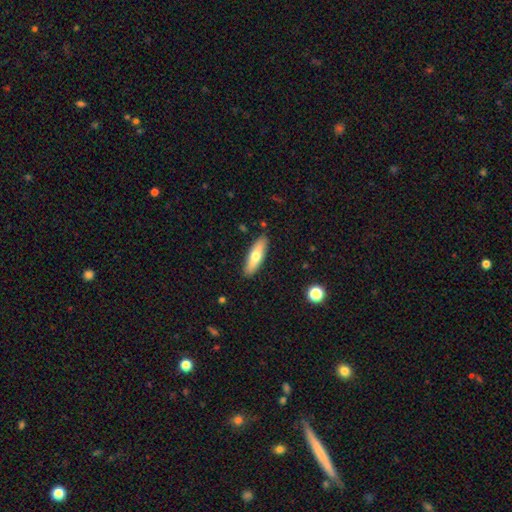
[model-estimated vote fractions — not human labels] The model was most divided on "how rounded": cigar-shaped: 57%, in between: 41%, round: 2%. More confident: merging — none (89%); smooth or featured — smooth (63%).